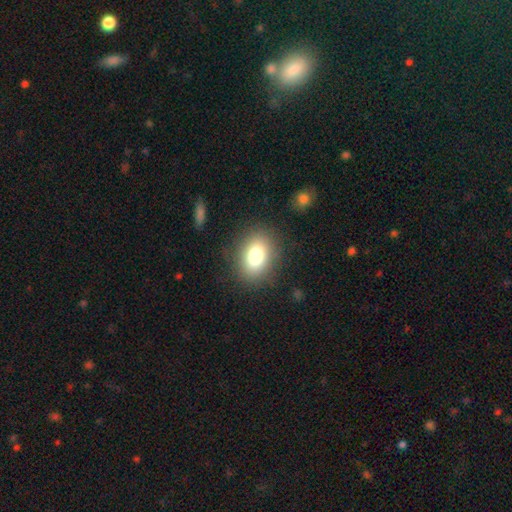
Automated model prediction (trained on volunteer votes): smooth-or-featured: smooth: 78% | featured or disk: 11% | star or artifact: 11%
  how-rounded: in between: 66% | round: 33% | cigar-shaped: 1%
  merging: none: 85% | minor disturbance: 9% | major disturbance: 4% | merger: 1%